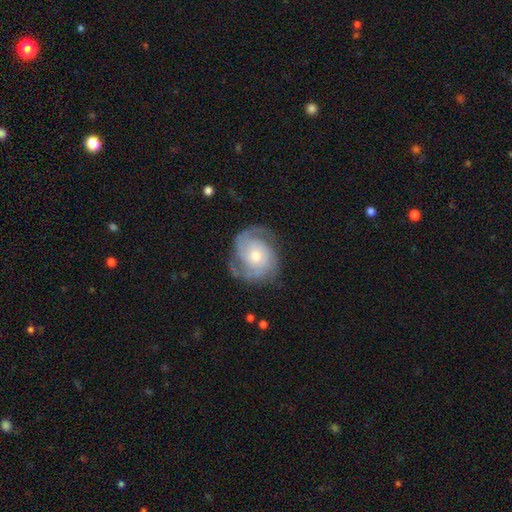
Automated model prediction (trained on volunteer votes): A featured or disk galaxy (80%) with no bar (74%), 2 (48%) tight (52%) spiral arms (93%) and a moderate central bulge (52%).

Vote fractions:
- Smooth or featured? featured or disk: 80% / smooth: 15% / star or artifact: 5%
- Edge-on disk? no: 98% / yes: 2%
- Bar? no: 74% / weak: 23% / strong: 4%
- Spiral arms? yes: 93% / no: 7%
- Spiral winding? tight: 52% / medium: 36% / loose: 12%
- Spiral arm count? 2: 48% / can't tell: 22% / 3: 16% / 1: 6% / 4: 4% / more than 4: 4%
- Bulge size? moderate: 52% / small: 41% / large: 4% / none: 1% / dominant: 1%
- Merging? none: 68% / minor disturbance: 20% / major disturbance: 10% / merger: 1%